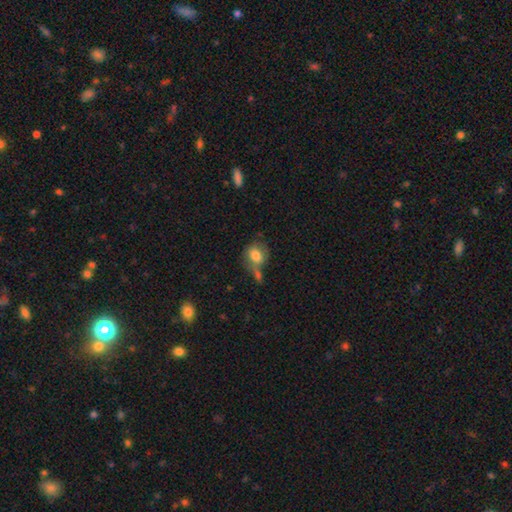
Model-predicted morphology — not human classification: Smooth or featured? smooth (77%)
How rounded? round (57%)
Merging? none (45%)